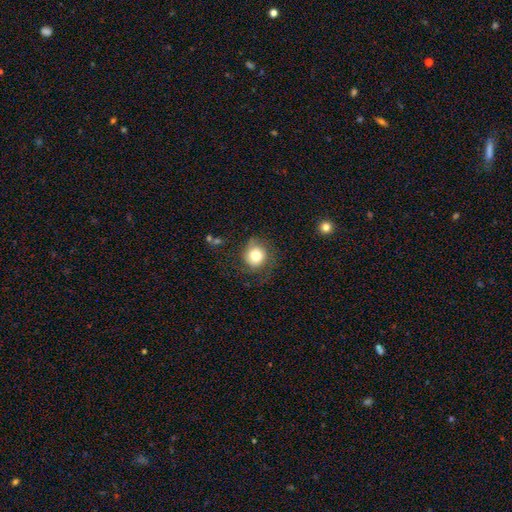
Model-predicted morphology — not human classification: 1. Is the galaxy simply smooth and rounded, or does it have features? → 75% smooth, 16% featured or disk, 9% star or artifact.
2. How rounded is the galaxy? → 83% round, 16% in between, 1% cigar-shaped.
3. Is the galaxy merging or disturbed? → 64% none, 21% minor disturbance, 13% major disturbance, 2% merger.